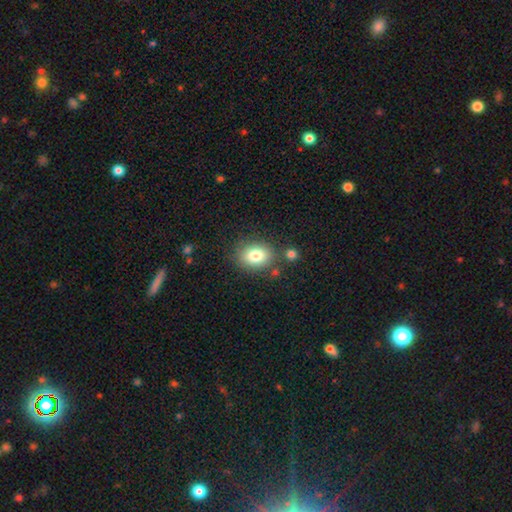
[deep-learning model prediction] The model was most divided on "how rounded": in between: 64%, round: 35%, cigar-shaped: 1%. More confident: smooth or featured — smooth (82%); merging — none (78%).